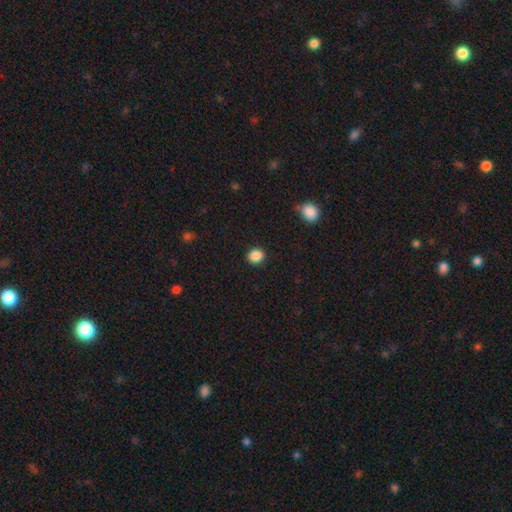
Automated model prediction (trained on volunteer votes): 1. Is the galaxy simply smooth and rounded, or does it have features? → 88% smooth, 9% star or artifact, 3% featured or disk.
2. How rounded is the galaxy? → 78% round, 21% in between, 1% cigar-shaped.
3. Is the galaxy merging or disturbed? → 91% none, 6% minor disturbance, 2% major disturbance, 1% merger.